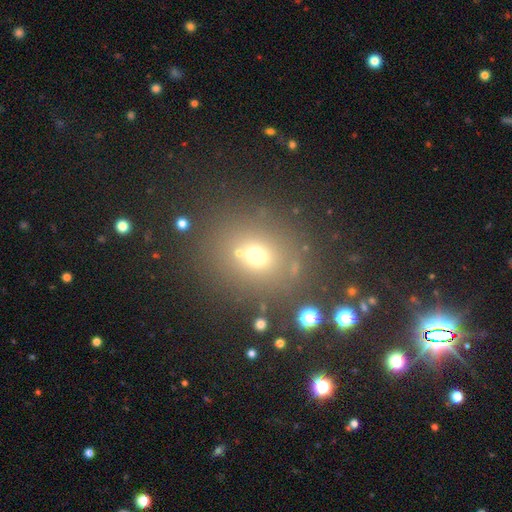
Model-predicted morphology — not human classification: This appears to be a smooth galaxy with no disk features (64%) that is round (69%). Merging: none (77%).